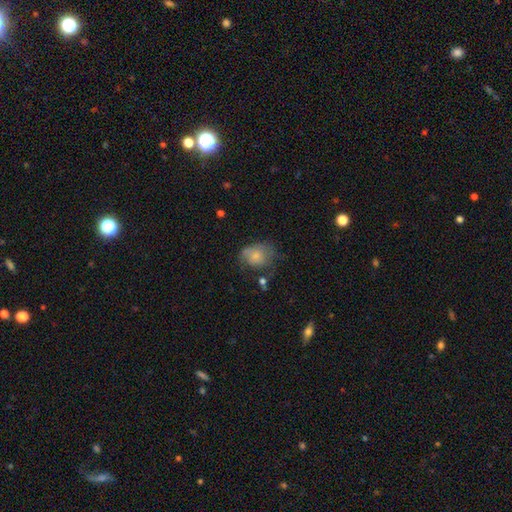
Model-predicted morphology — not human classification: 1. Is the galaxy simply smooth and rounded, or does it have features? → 69% smooth, 22% featured or disk, 9% star or artifact.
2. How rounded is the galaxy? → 50% round, 49% in between, 1% cigar-shaped.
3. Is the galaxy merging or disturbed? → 40% none, 32% minor disturbance, 20% major disturbance, 7% merger.